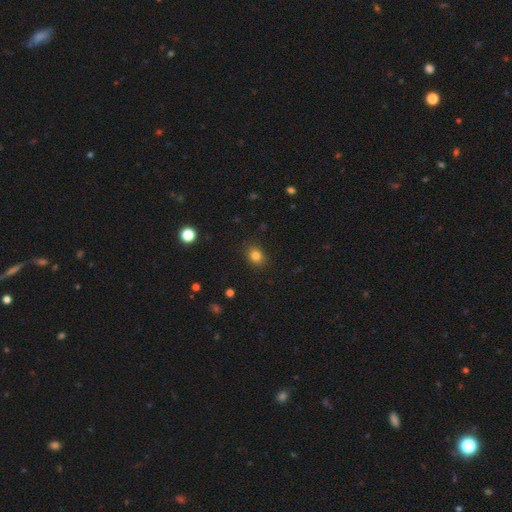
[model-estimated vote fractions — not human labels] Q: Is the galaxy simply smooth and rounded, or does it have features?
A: smooth — 82%.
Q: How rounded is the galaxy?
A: round — 55%.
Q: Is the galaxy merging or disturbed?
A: none — 88%.